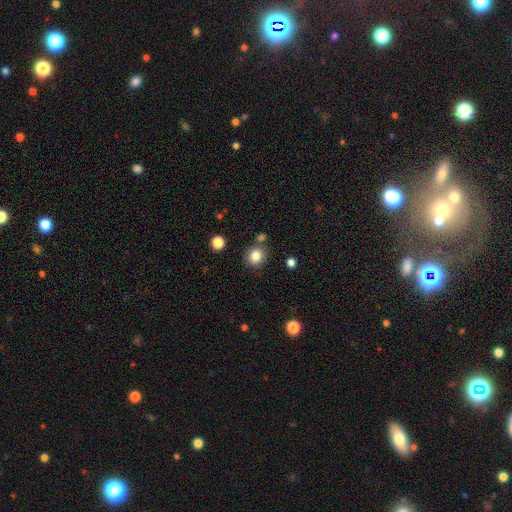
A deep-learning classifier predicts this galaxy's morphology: type=smooth (83%); roundness=round (85%); merging=none (79%).